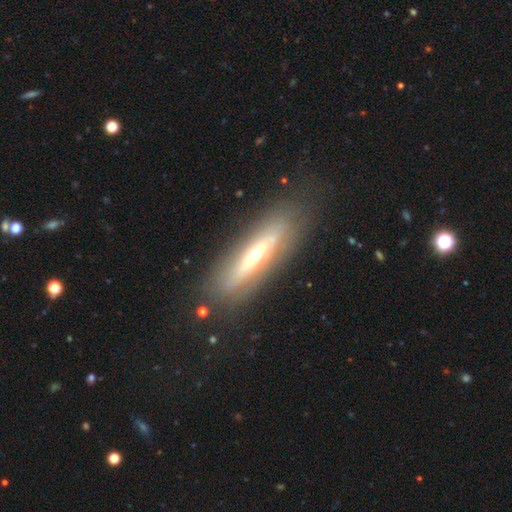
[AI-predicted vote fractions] A featured or disk galaxy (61%) viewed edge-on (72%).

Vote fractions:
- Smooth or featured? featured or disk: 61% / smooth: 31% / star or artifact: 8%
- Edge-on disk? yes: 72% / no: 28%
- Merging? none: 81% / minor disturbance: 12% / major disturbance: 5% / merger: 2%